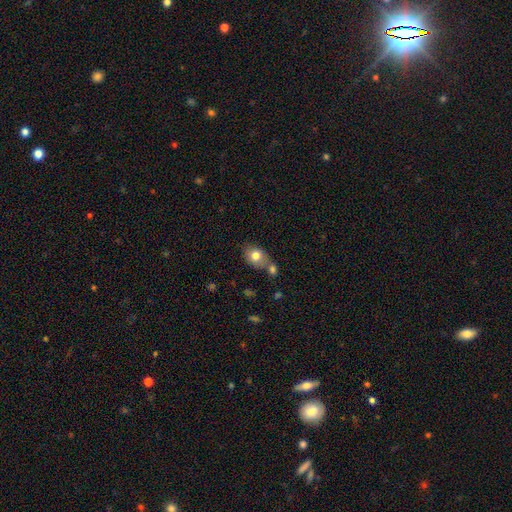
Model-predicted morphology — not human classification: A smooth galaxy with no disk features (79%) that is in between round and cigar-shaped (57%).

Vote fractions:
- Smooth or featured? smooth: 79% / featured or disk: 12% / star or artifact: 8%
- How rounded? in between: 57% / round: 42% / cigar-shaped: 1%
- Merging? none: 47% / merger: 33% / minor disturbance: 15% / major disturbance: 5%